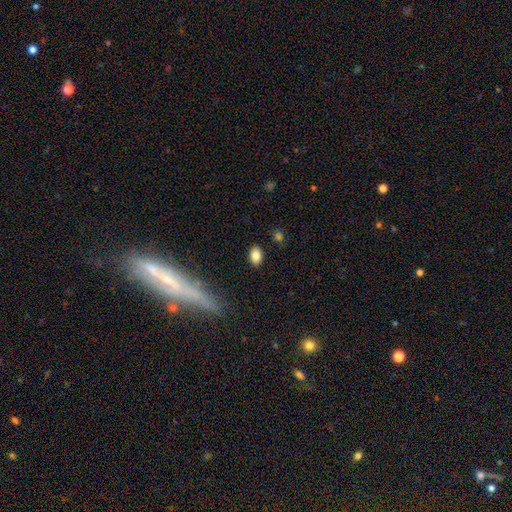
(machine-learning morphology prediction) A smooth galaxy with no disk features (83%) that is in between round and cigar-shaped (84%). Merging: none (87%).